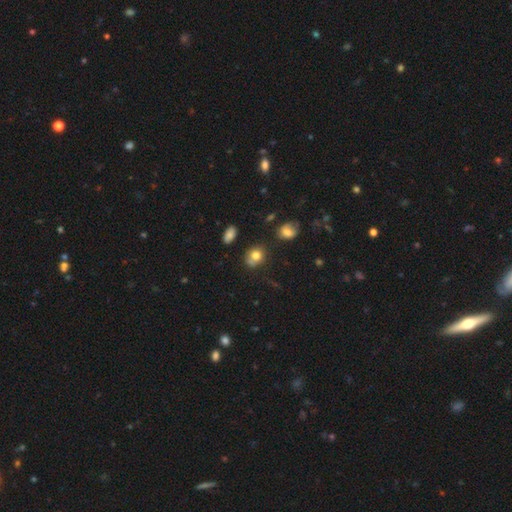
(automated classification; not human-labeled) Smooth or featured? smooth (76%)
How rounded? round (62%)
Merging? none (58%)